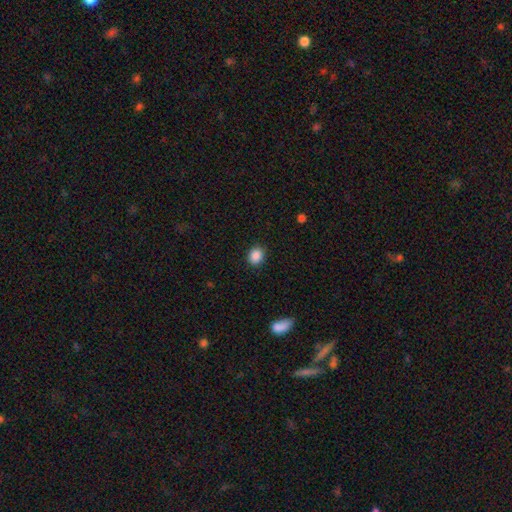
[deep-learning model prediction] The model was most divided on "how rounded": round: 61%, in between: 38%, cigar-shaped: 1%. More confident: merging — none (89%); smooth or featured — smooth (88%).